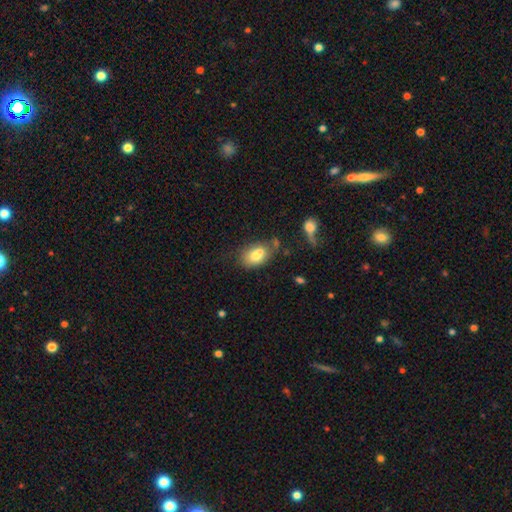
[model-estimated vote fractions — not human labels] This is likely a smooth galaxy (74%). How rounded: clearly in between (83%). Merging: marginally none (42%).